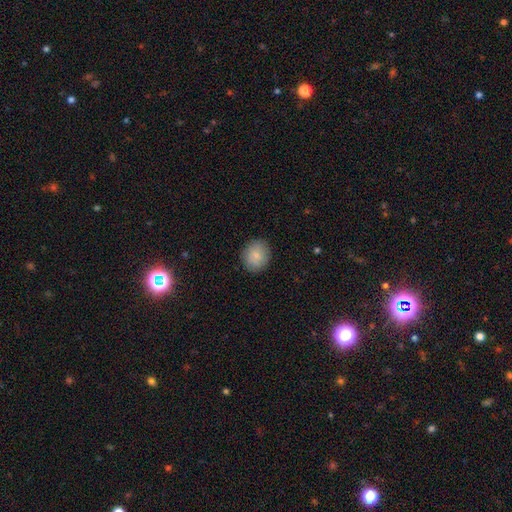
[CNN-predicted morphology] Q: Smooth or featured?
A: smooth (85%); runner-up: featured or disk (8%)
Q: How rounded?
A: round (72%); runner-up: in between (28%)
Q: Merging?
A: none (88%); runner-up: minor disturbance (9%)